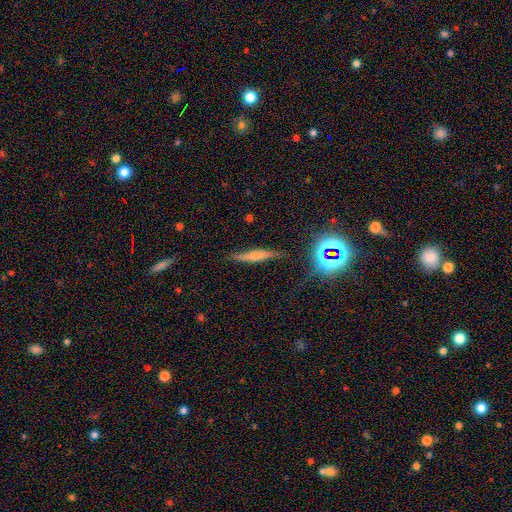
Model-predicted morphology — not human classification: A smooth galaxy with no disk features (48%).

Vote fractions:
- Smooth or featured? smooth: 48% / featured or disk: 40% / star or artifact: 12%
- Merging? none: 76% / minor disturbance: 17% / major disturbance: 4% / merger: 3%